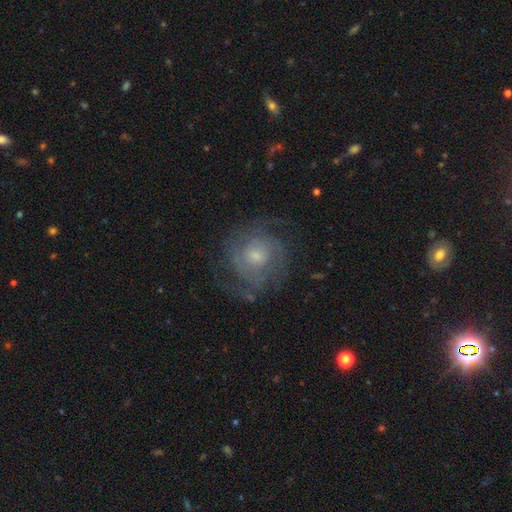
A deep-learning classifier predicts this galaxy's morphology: This is likely a featured or disk galaxy (77%). It is clearly not viewed edge-on (98%). Bar: likely no (67%). Spiral arm pattern: clearly yes (91%). Spiral arm count: marginally 2 (38%). Spiral winding: possibly tight (54%). Central bulge: possibly small (54%). Merging: likely none (69%).